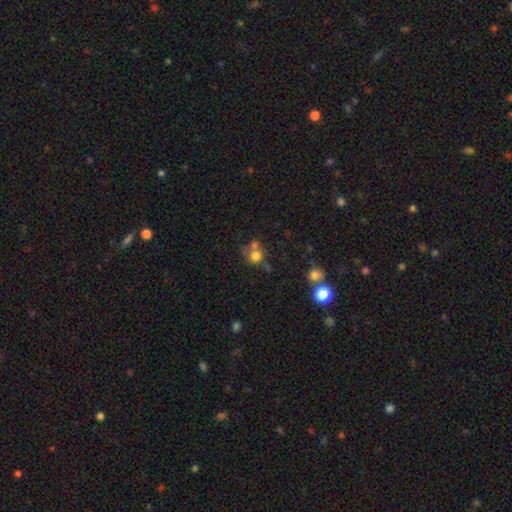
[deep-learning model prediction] smooth_or_featured: smooth (p=0.71) [alt: featured or disk p=0.15]
how_rounded: round (p=0.79) [alt: in between p=0.19]
merging: none (p=0.42) [alt: merger p=0.37]